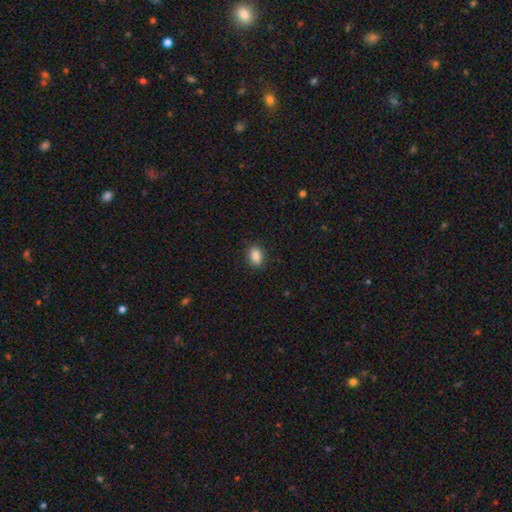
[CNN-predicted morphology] This is clearly a smooth galaxy (88%). How rounded: likely in between (78%). Merging: clearly none (89%).